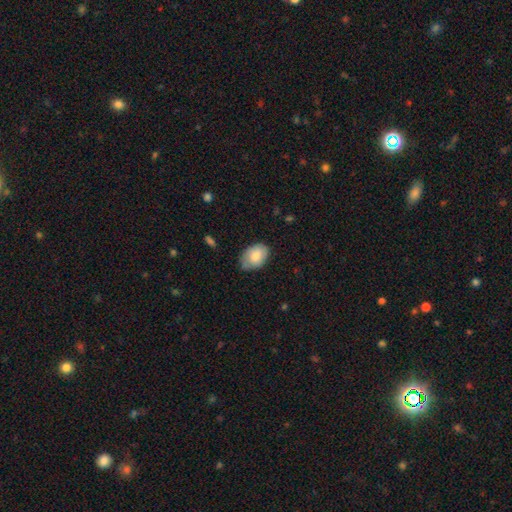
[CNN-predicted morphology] smooth-or-featured: smooth: 77% | featured or disk: 16% | star or artifact: 6%
  how-rounded: in between: 85% | round: 14% | cigar-shaped: 1%
  merging: none: 69% | minor disturbance: 25% | major disturbance: 4% | merger: 1%